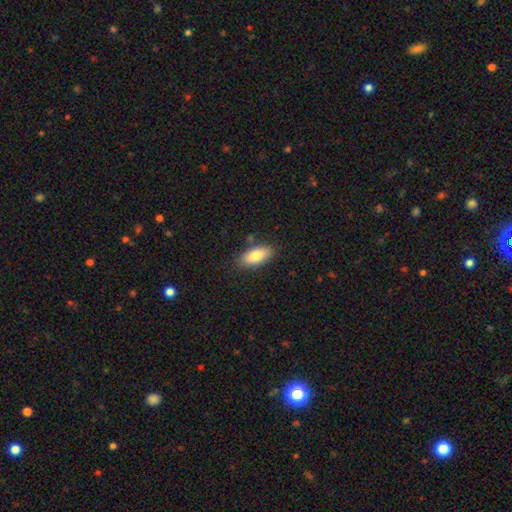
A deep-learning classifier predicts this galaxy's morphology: Smooth or featured: smooth — 82% (featured or disk — 12%)
How rounded: in between — 86% (cigar-shaped — 11%)
Merging: none — 83% (minor disturbance — 12%)